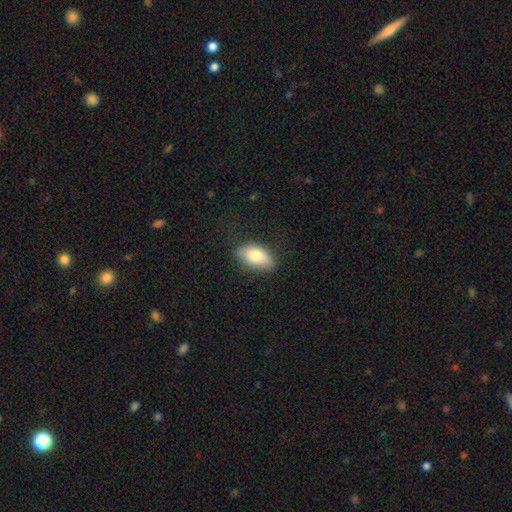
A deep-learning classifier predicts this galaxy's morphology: Overall: smooth (79%). How rounded: in between (92%). Merging: none (75%).